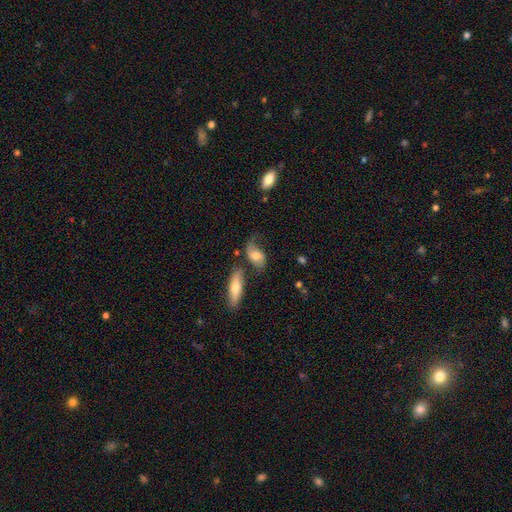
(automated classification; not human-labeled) This is possibly a smooth galaxy (47%). Merging: marginally none (44%).